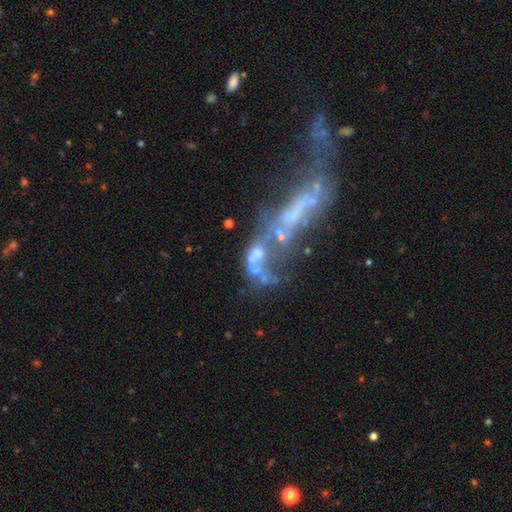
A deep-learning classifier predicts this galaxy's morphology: A featured or disk galaxy (53%) with no bar (90%), no spiral arms (92%) and no central bulge (66%). Merging: merger (58%).